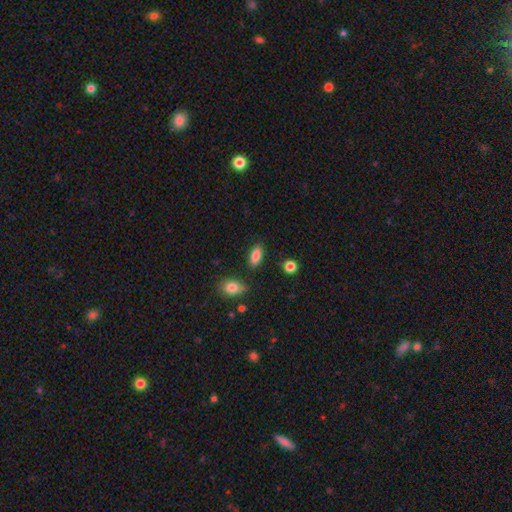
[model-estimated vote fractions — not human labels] This appears to be a smooth galaxy with no disk features (86%) that is in between round and cigar-shaped (86%). Merging: none (84%).